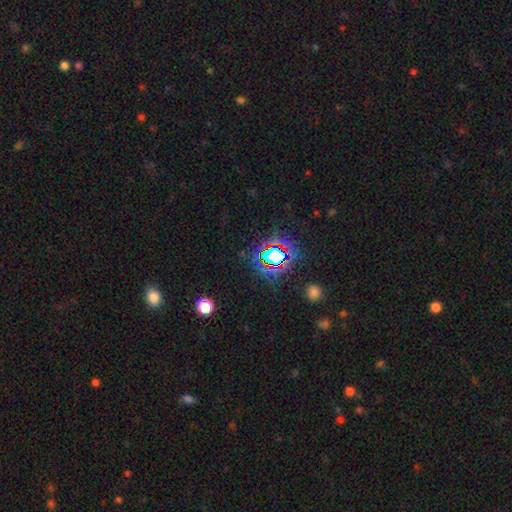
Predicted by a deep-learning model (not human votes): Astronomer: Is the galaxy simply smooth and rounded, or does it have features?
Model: star or artifact — 76%.